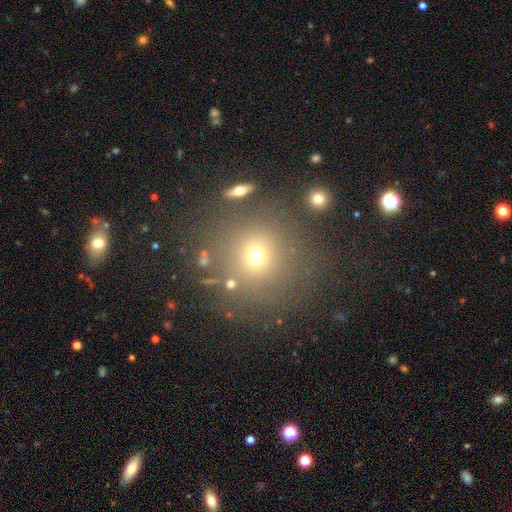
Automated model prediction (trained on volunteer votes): A smooth galaxy with no disk features (65%) that is round (90%). Merging: none (79%).